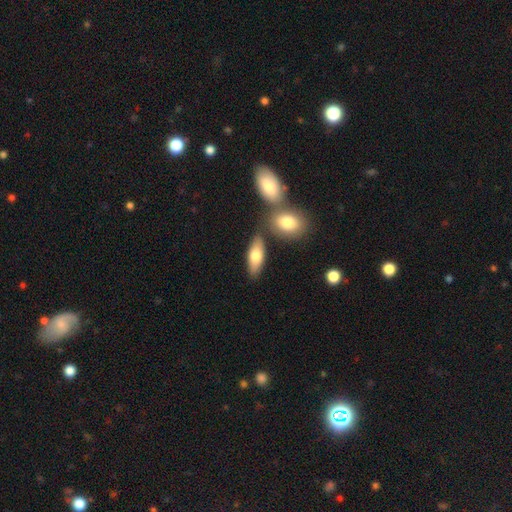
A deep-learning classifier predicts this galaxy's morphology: smooth 74%, featured or disk 20%, star or artifact 6%. Down the decision tree: how rounded — in between (78%); merging — none (73%).